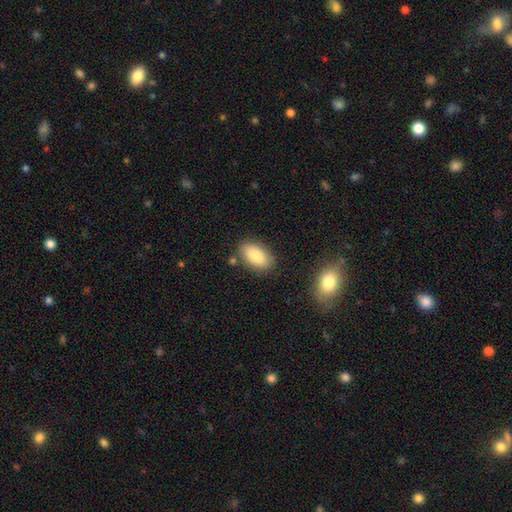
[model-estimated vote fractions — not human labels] The model was most divided on "merging": none: 80%, minor disturbance: 12%, merger: 4%, major disturbance: 3%. More confident: how rounded — in between (93%); smooth or featured — smooth (84%).